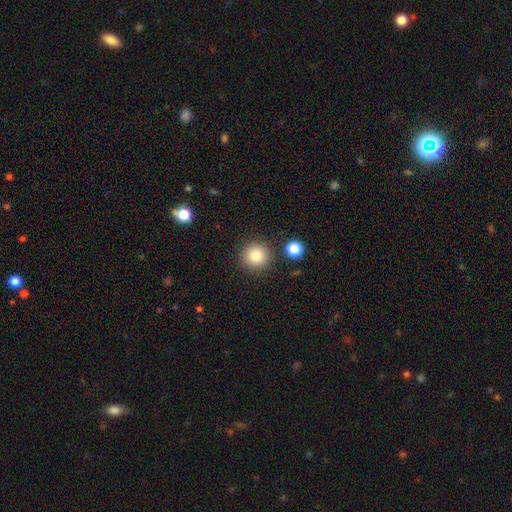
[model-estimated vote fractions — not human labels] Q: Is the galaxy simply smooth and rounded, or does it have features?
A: smooth — 82%.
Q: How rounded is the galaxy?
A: round — 94%.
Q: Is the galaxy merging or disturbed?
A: none — 87%.